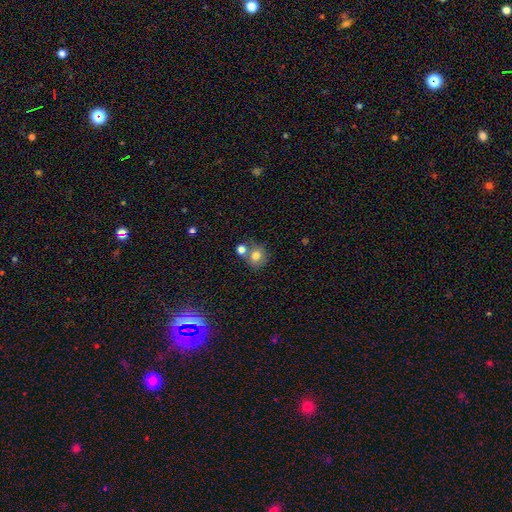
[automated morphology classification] Q: Smooth or featured?
A: smooth (79%); runner-up: star or artifact (11%)
Q: How rounded?
A: round (80%); runner-up: in between (19%)
Q: Merging?
A: none (53%); runner-up: merger (31%)